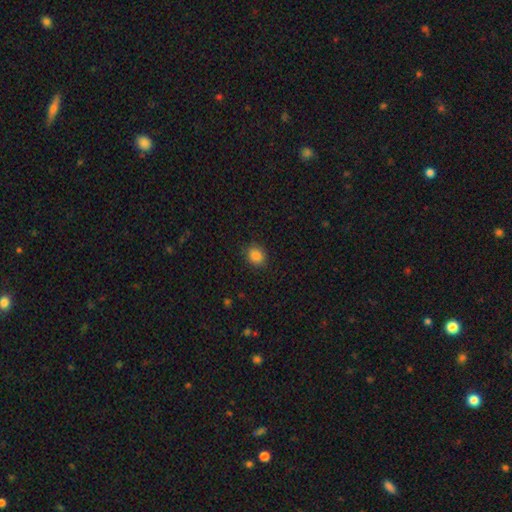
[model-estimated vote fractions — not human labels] Q: Smooth or featured?
A: smooth (86%); runner-up: star or artifact (11%)
Q: How rounded?
A: round (63%); runner-up: in between (36%)
Q: Merging?
A: none (86%); runner-up: minor disturbance (10%)